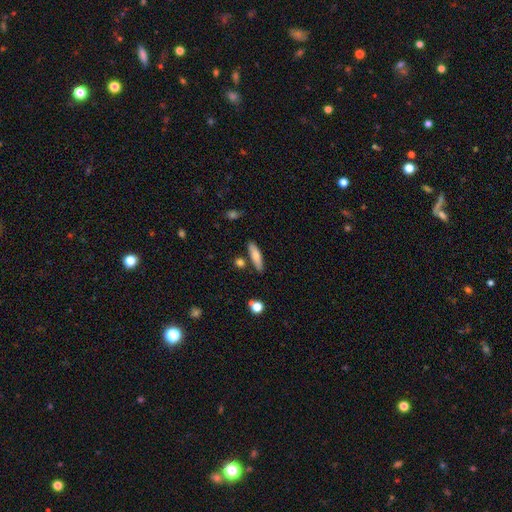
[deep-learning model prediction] Morphology: type=smooth (73%); roundness=cigar-shaped (69%); merging=none (80%).